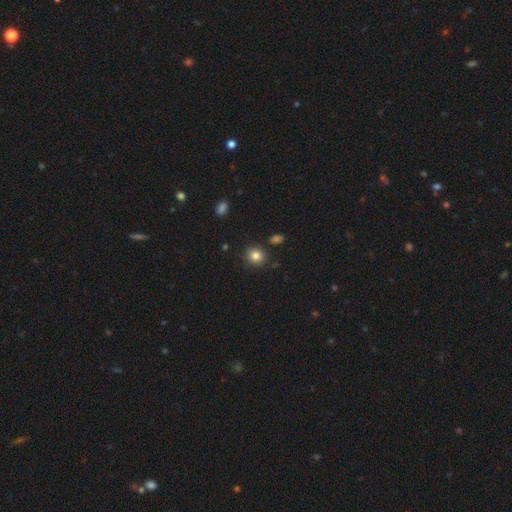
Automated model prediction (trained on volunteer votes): smooth-or-featured: smooth: 83% | star or artifact: 11% | featured or disk: 6%
  how-rounded: round: 85% | in between: 14% | cigar-shaped: 1%
  merging: none: 87% | minor disturbance: 8% | merger: 3% | major disturbance: 2%